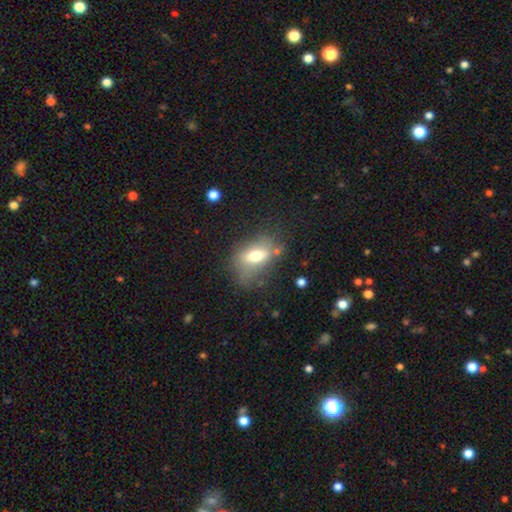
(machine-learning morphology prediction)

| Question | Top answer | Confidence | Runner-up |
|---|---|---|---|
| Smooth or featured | smooth | 62% | featured or disk (28%) |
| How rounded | in between | 80% | round (15%) |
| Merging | none | 58% | minor disturbance (22%) |